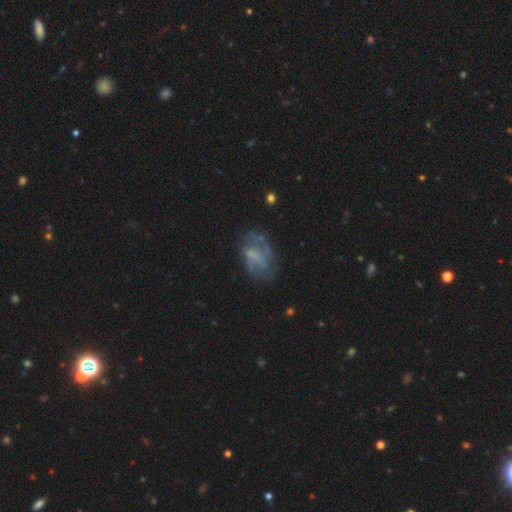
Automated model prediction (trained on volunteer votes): Morphology: type=featured or disk (59%); edge-on=no (97%); bar=no (53%); spiral arms=yes (62%); bulge=none (59%); merging=none (55%).